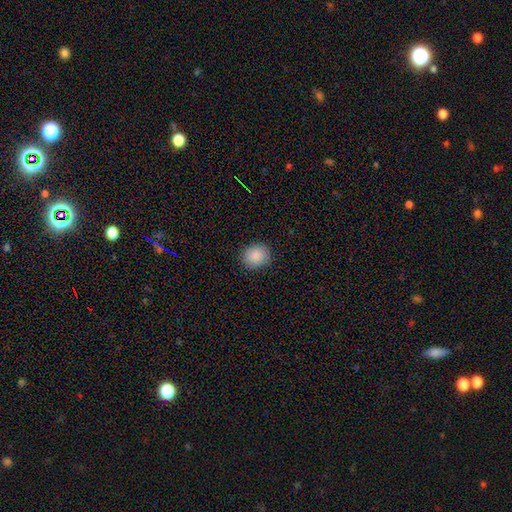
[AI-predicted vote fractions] Smooth or featured: smooth — 88% (star or artifact — 8%)
How rounded: round — 71% (in between — 28%)
Merging: none — 89% (minor disturbance — 8%)